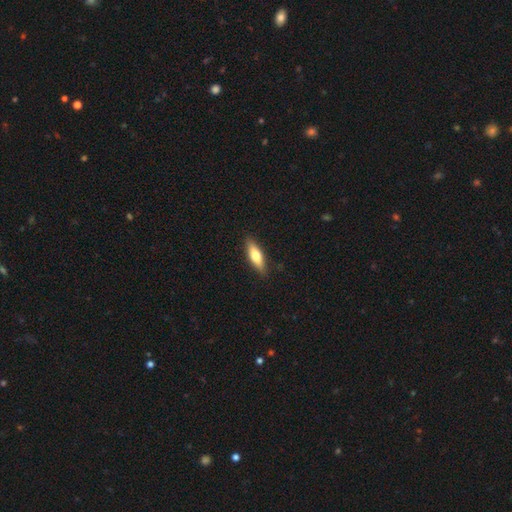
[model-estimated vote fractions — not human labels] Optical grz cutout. It shows a smooth galaxy with no disk features (66%) that is cigar-shaped (50%). Merging: none (88%).